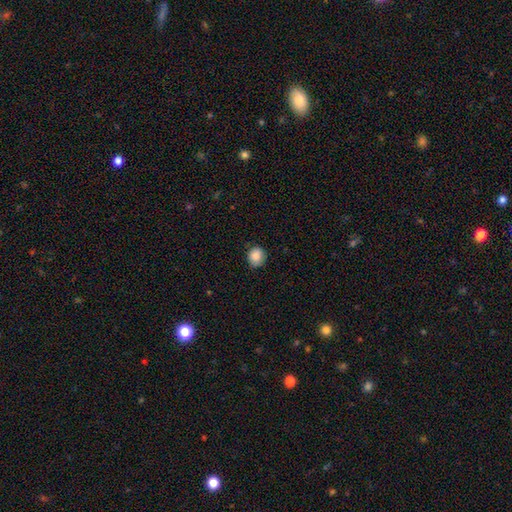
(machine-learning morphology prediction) Smooth or featured: smooth — 87% (star or artifact — 9%)
How rounded: round — 79% (in between — 20%)
Merging: none — 79% (minor disturbance — 17%)